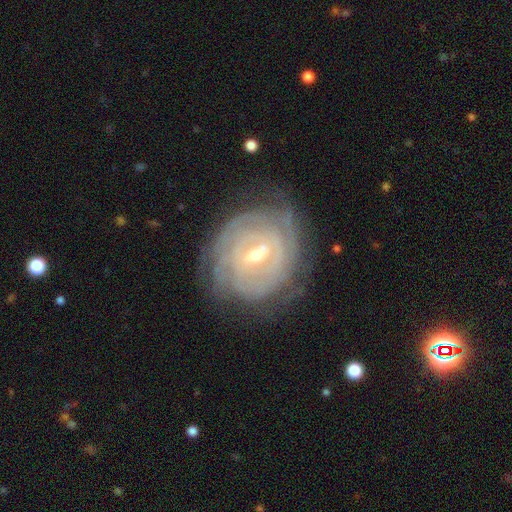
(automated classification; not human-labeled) Smooth or featured?
  - featured or disk: 84% *
  - smooth: 11%
  - star or artifact: 6%
Edge-on disk?
  - no: 96% *
  - yes: 4%
Bar?
  - weak: 53% *
  - strong: 29%
  - no: 17%
Spiral arms?
  - yes: 87% *
  - no: 13%
Spiral winding?
  - tight: 82% *
  - medium: 14%
  - loose: 5%
Spiral arm count?
  - can't tell: 52% *
  - 2: 17%
  - 3: 11%
  - 4: 10%
  - more than 4: 6%
  - 1: 5%
Bulge size?
  - moderate: 51% *
  - small: 45%
  - large: 2%
  - none: 1%
  - dominant: 1%
Merging?
  - none: 72% *
  - minor disturbance: 19%
  - major disturbance: 8%
  - merger: 1%